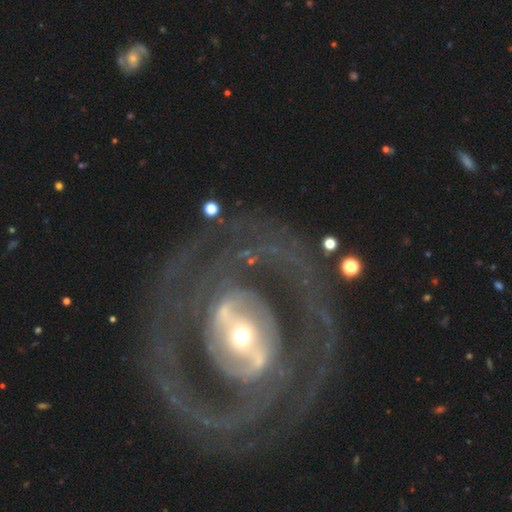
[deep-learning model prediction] This appears to be a featured or disk galaxy (87%) with a strong bar (41%), 2 (65%) tight (52%) spiral arms (83%) and a moderate central bulge (46%). Merging: none (74%).